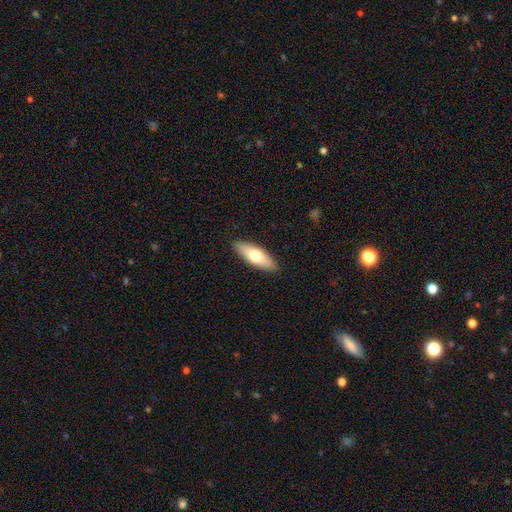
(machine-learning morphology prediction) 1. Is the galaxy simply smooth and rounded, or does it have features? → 67% smooth, 28% featured or disk, 5% star or artifact.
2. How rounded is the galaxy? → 62% in between, 36% cigar-shaped, 2% round.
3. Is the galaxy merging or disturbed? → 89% none, 8% minor disturbance, 2% major disturbance, 1% merger.